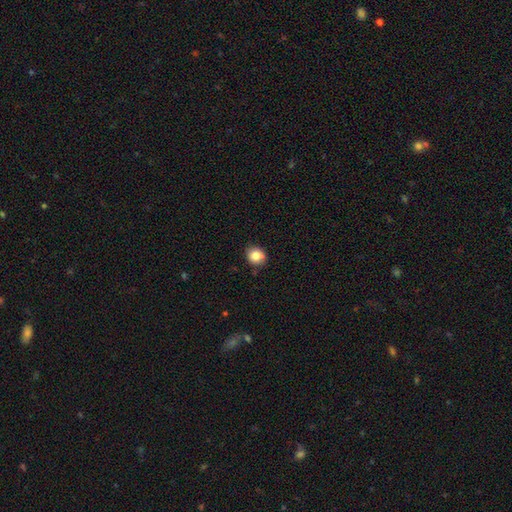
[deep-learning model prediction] A smooth galaxy with no disk features (83%) that is round (78%).

Vote fractions:
- Smooth or featured? smooth: 83% / star or artifact: 10% / featured or disk: 7%
- How rounded? round: 78% / in between: 21% / cigar-shaped: 1%
- Merging? none: 85% / minor disturbance: 11% / major disturbance: 2% / merger: 1%